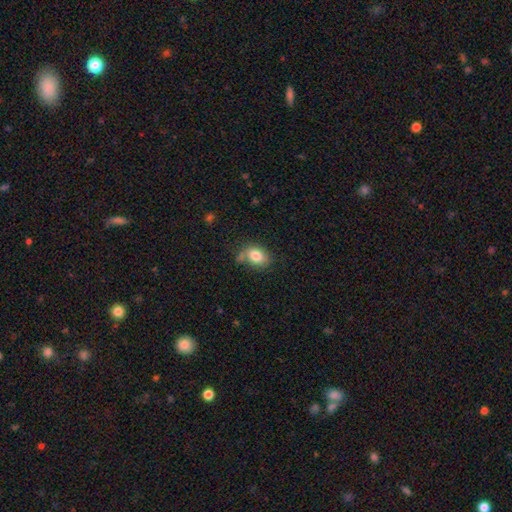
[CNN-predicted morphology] This is clearly a smooth galaxy (82%). How rounded: likely in between (77%). Merging: likely none (62%).